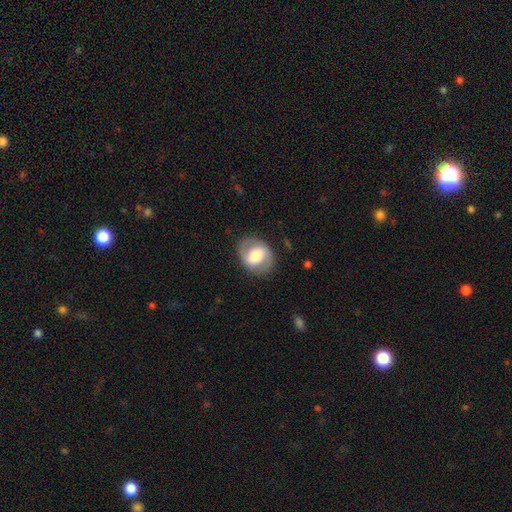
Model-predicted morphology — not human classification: featured or disk 48%, smooth 45%, star or artifact 7%. Down the decision tree: merging — none (82%).